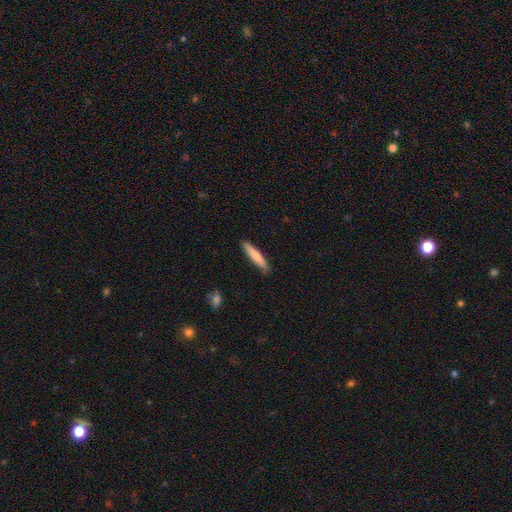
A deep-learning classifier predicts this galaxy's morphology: smooth-or-featured: smooth: 79% | featured or disk: 16% | star or artifact: 5%
  how-rounded: cigar-shaped: 88% | in between: 11% | round: 1%
  merging: none: 85% | minor disturbance: 12% | major disturbance: 2% | merger: 1%